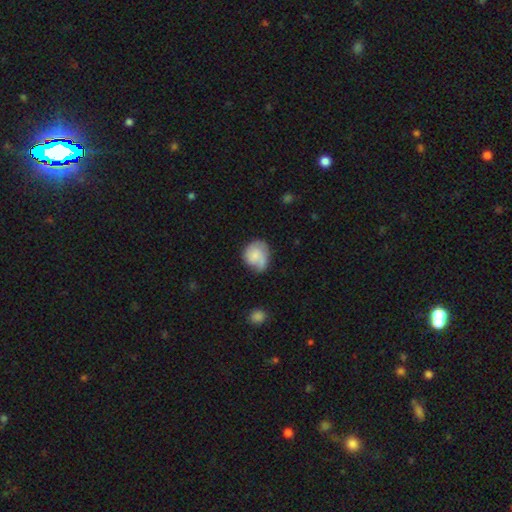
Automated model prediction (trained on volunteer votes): A smooth galaxy with no disk features (54%) that is round (65%). Merging: none (47%).